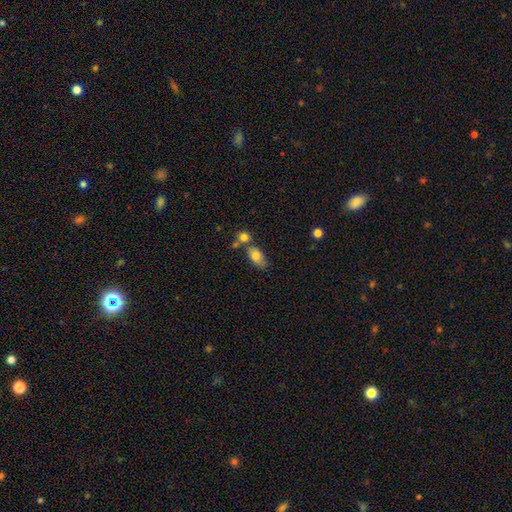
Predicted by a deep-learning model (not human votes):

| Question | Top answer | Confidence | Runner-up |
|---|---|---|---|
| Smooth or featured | smooth | 78% | featured or disk (13%) |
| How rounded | in between | 85% | round (9%) |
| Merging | none | 47% | merger (31%) |